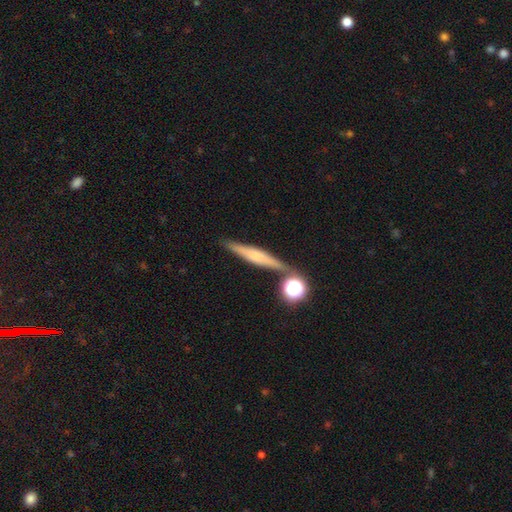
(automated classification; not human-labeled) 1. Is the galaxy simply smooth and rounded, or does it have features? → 53% featured or disk, 36% smooth, 12% star or artifact.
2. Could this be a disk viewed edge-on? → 95% yes, 5% no.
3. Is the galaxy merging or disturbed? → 78% none, 11% minor disturbance, 8% merger, 3% major disturbance.